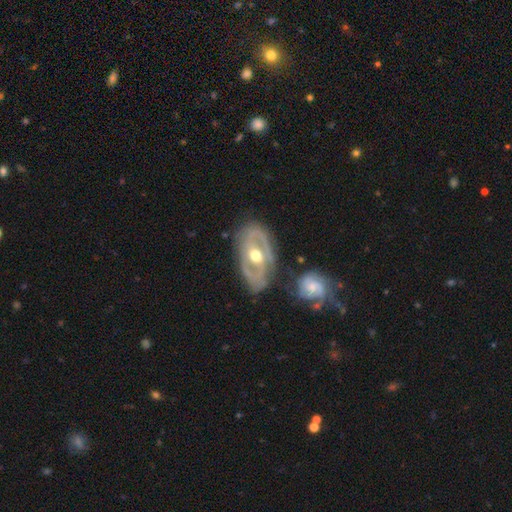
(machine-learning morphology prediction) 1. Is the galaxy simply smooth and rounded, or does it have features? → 83% featured or disk, 13% smooth, 4% star or artifact.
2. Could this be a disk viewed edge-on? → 94% no, 6% yes.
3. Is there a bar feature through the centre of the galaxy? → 43% no, 34% weak, 23% strong.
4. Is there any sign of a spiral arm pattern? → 71% yes, 29% no.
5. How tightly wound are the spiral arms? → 43% tight, 41% medium, 16% loose.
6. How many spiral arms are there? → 75% 2, 13% can't tell, 5% 1, 4% 3, 1% 4, 1% more than 4.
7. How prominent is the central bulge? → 80% moderate, 12% small, 6% large, 1% dominant, 1% none.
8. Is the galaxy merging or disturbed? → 69% none, 18% minor disturbance, 7% major disturbance, 7% merger.